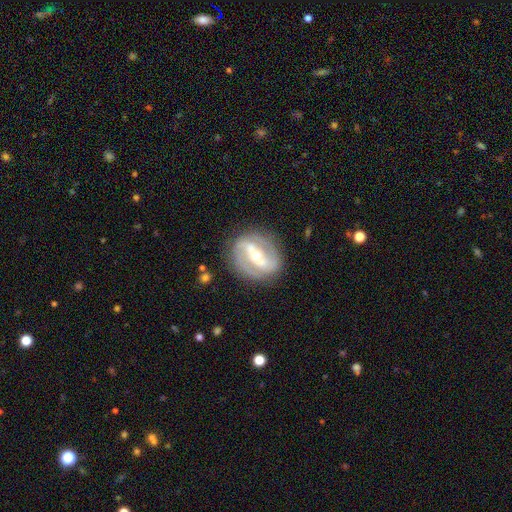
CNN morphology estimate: type=featured or disk (84%); edge-on=no (93%); bar=strong (69%); spiral arms=yes (83%); winding=medium (43%); arm count=2 (85%); bulge=moderate (57%); merging=none (83%).